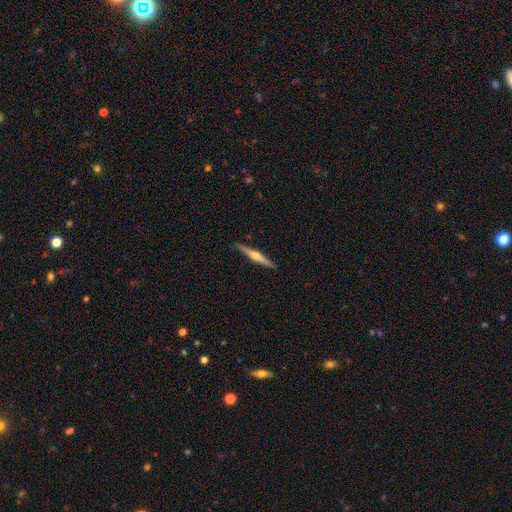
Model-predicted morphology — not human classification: Smooth or featured?
  - featured or disk: 70% *
  - smooth: 24%
  - star or artifact: 5%
Edge-on disk?
  - yes: 98% *
  - no: 2%
Edge-on bulge?
  - rounded: 89% *
  - none: 6%
  - boxy: 5%
Merging?
  - none: 90% *
  - minor disturbance: 8%
  - major disturbance: 2%
  - merger: 1%